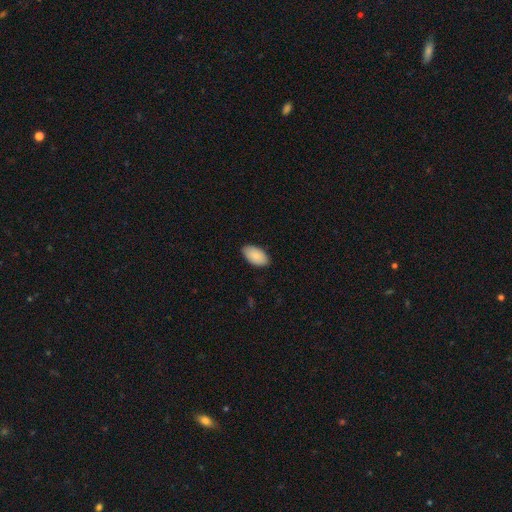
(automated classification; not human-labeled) smooth 88%, featured or disk 6%, star or artifact 6%. Down the decision tree: how rounded — in between (95%); merging — none (86%).